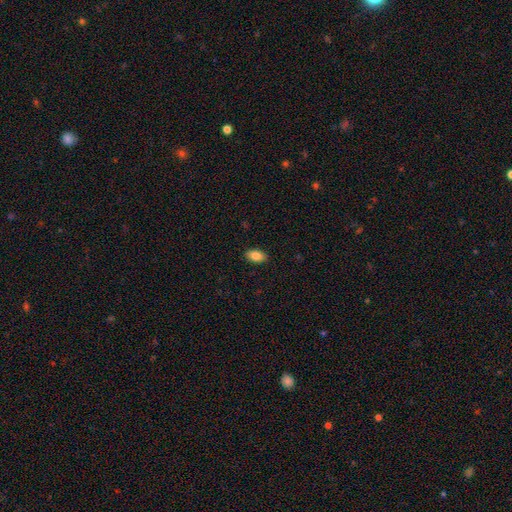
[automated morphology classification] smooth_or_featured: smooth (p=0.86) [alt: star or artifact p=0.07]
how_rounded: in between (p=0.92) [alt: round p=0.05]
merging: none (p=0.89) [alt: minor disturbance p=0.09]